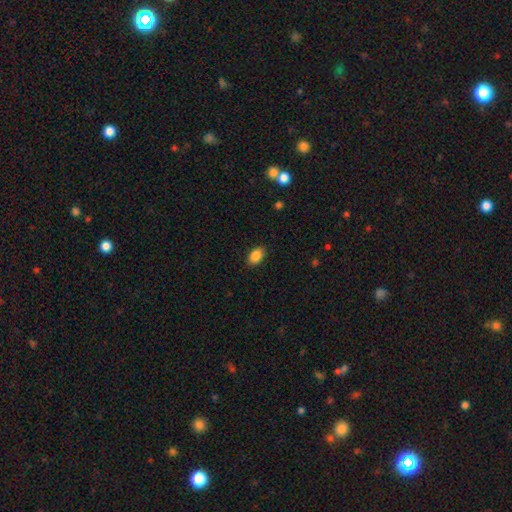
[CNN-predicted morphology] smooth 88%, star or artifact 8%, featured or disk 4%. Down the decision tree: how rounded — in between (87%); merging — none (87%).